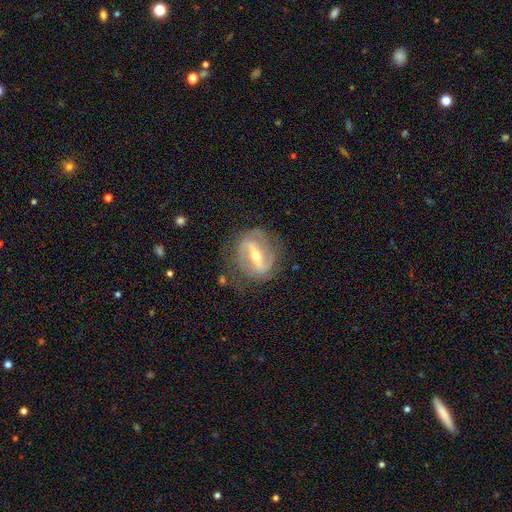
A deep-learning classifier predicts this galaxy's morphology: Smooth or featured?
  - featured or disk: 83% *
  - smooth: 12%
  - star or artifact: 6%
Edge-on disk?
  - no: 91% *
  - yes: 9%
Bar?
  - strong: 69% *
  - weak: 23%
  - no: 8%
Spiral arms?
  - yes: 80% *
  - no: 20%
Spiral winding?
  - medium: 40% *
  - tight: 38%
  - loose: 22%
Spiral arm count?
  - 2: 75% *
  - can't tell: 14%
  - 3: 4%
  - 1: 4%
  - 4: 1%
  - more than 4: 1%
Bulge size?
  - moderate: 61% *
  - small: 34%
  - large: 3%
  - none: 1%
  - dominant: 1%
Merging?
  - none: 74% *
  - minor disturbance: 16%
  - major disturbance: 8%
  - merger: 2%